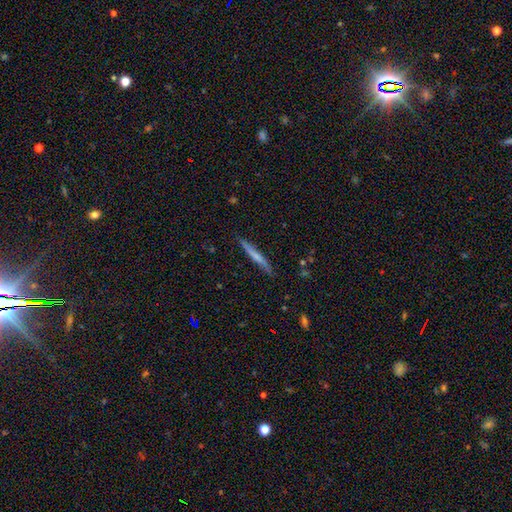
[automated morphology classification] Smooth or featured: smooth — 52% (featured or disk — 42%)
How rounded: cigar-shaped — 95% (in between — 3%)
Merging: none — 85% (minor disturbance — 12%)